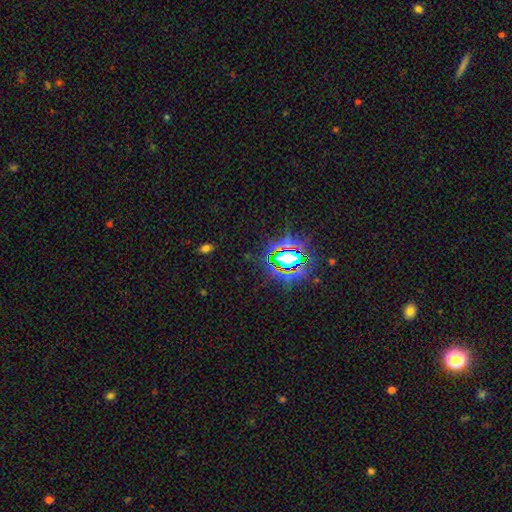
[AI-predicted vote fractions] Smooth or featured?
  - star or artifact: 80% *
  - smooth: 12%
  - featured or disk: 7%